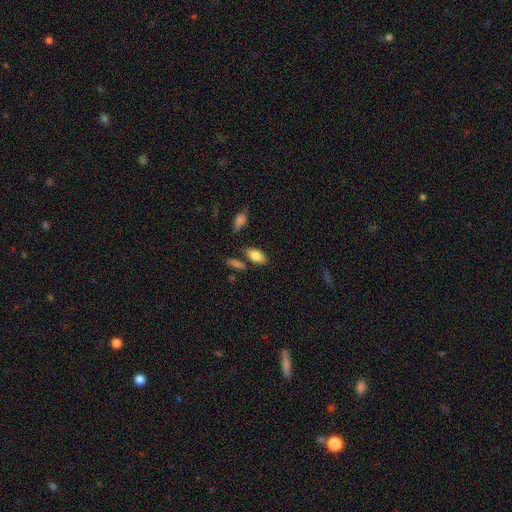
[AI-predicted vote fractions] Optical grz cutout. It shows a smooth galaxy with no disk features (84%) that is in between round and cigar-shaped (91%). Merging: none (75%).